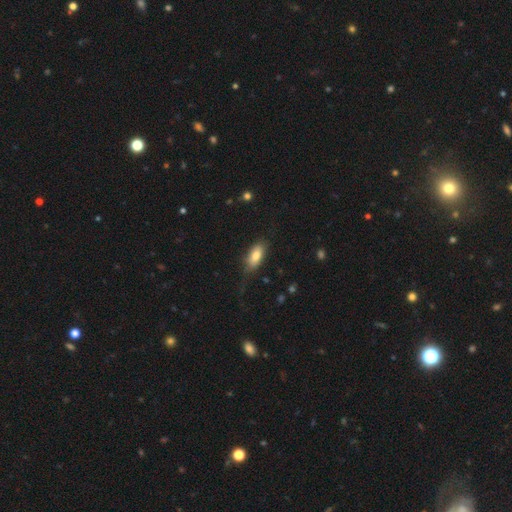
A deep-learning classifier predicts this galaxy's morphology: Q: Smooth or featured?
A: smooth (79%); runner-up: featured or disk (15%)
Q: How rounded?
A: in between (86%); runner-up: cigar-shaped (11%)
Q: Merging?
A: none (68%); runner-up: minor disturbance (22%)